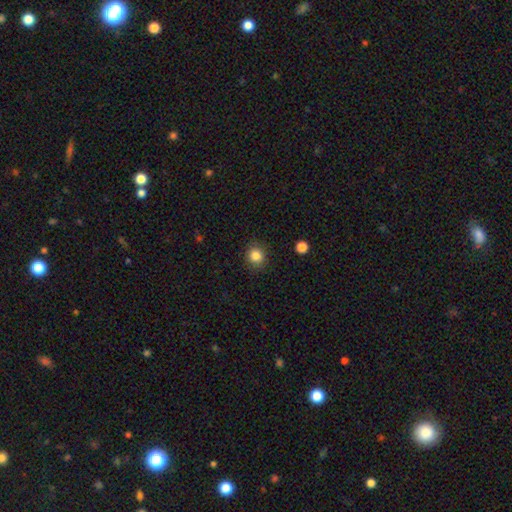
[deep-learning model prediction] A smooth galaxy with no disk features (84%) that is round (84%). Merging: none (88%).